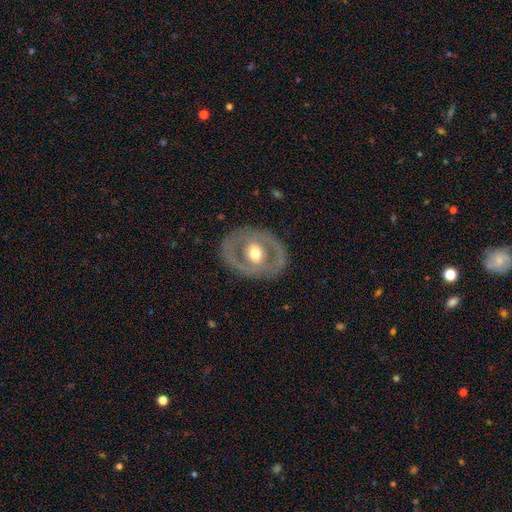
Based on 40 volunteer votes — Smooth or featured? 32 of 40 (80%) said featured or disk. Edge-on disk? 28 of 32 (88%) said no. Bar? 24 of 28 (86%) said no. Spiral arms? 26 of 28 (93%) said no. Bulge size? 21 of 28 (75%) said moderate. Merging? 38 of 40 (95%) said none.